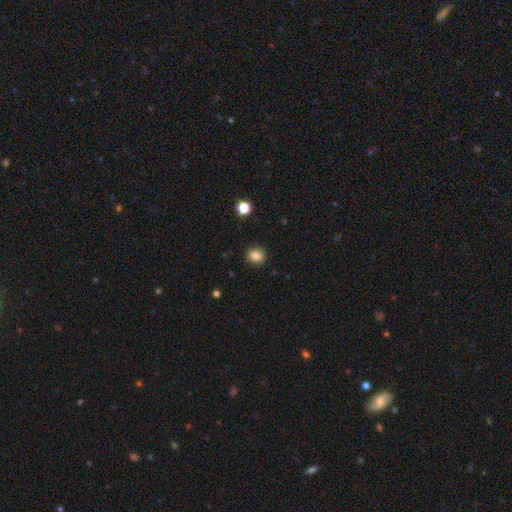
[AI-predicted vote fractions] Smooth or featured?
  - smooth: 84% *
  - star or artifact: 11%
  - featured or disk: 5%
How rounded?
  - round: 58% *
  - in between: 41%
  - cigar-shaped: 1%
Merging?
  - none: 89% *
  - minor disturbance: 8%
  - major disturbance: 2%
  - merger: 1%